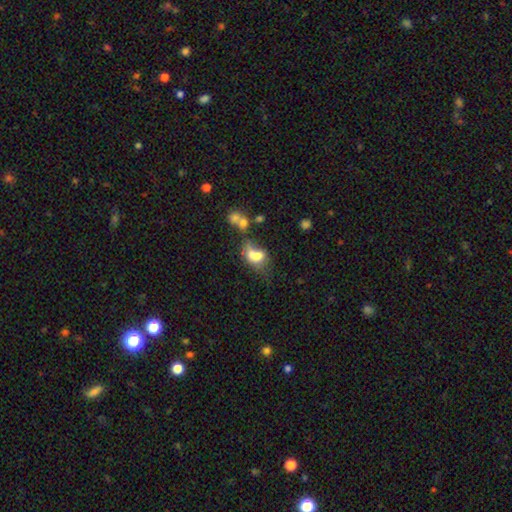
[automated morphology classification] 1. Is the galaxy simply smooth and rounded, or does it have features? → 64% smooth, 24% featured or disk, 12% star or artifact.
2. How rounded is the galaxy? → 70% in between, 28% round, 2% cigar-shaped.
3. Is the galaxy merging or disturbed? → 47% merger, 21% major disturbance, 18% none, 13% minor disturbance.